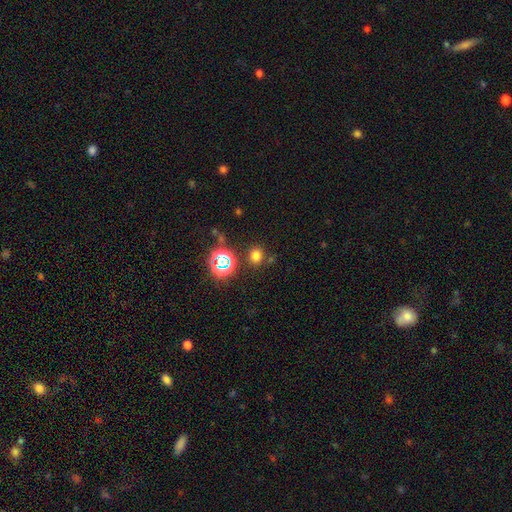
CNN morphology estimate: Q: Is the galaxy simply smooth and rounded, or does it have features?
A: smooth — 70%.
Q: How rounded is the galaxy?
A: round — 73%.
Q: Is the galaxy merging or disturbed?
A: none — 81%.